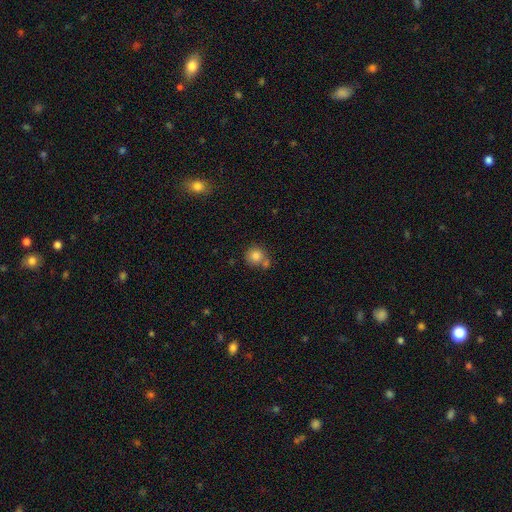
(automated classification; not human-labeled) Overall: smooth (82%). How rounded: round (90%). Merging: none (56%; merger 27%).